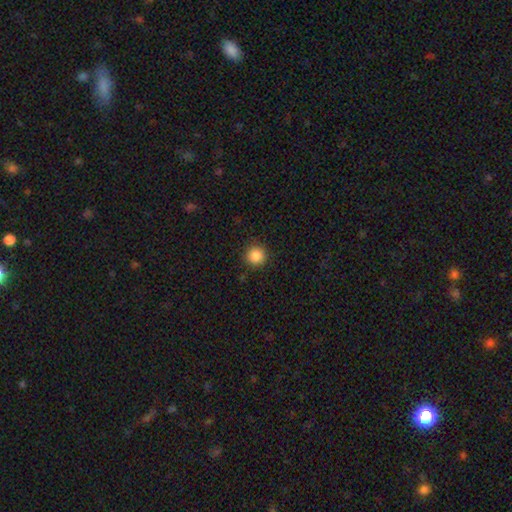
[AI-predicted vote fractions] Smooth or featured? smooth (87%)
How rounded? round (94%)
Merging? none (90%)